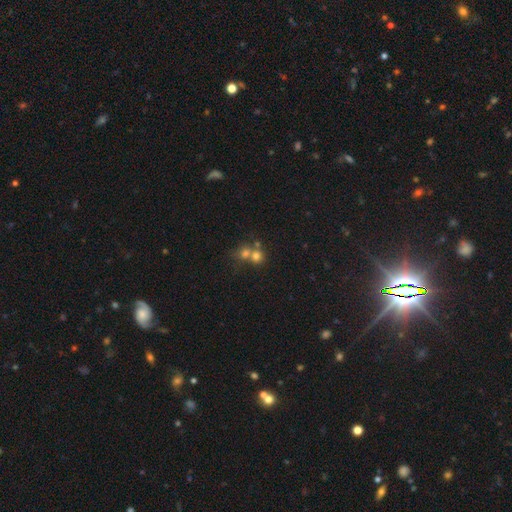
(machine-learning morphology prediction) Smooth or featured: smooth — 70% (star or artifact — 16%)
How rounded: round — 83% (in between — 16%)
Merging: merger — 53% (none — 38%)